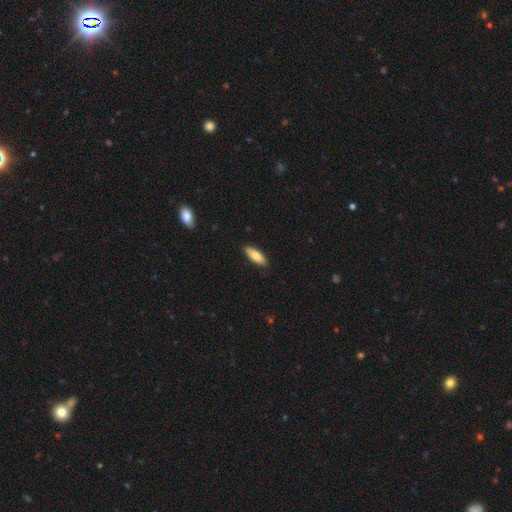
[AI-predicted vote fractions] Smooth or featured: smooth — 81% (featured or disk — 13%)
How rounded: in between — 61% (cigar-shaped — 37%)
Merging: none — 87% (minor disturbance — 10%)